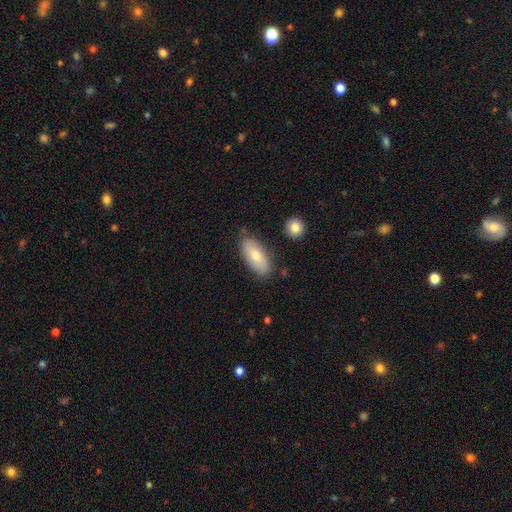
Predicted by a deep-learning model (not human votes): Smooth or featured?
  - smooth: 72% *
  - featured or disk: 22%
  - star or artifact: 6%
How rounded?
  - in between: 88% *
  - cigar-shaped: 9%
  - round: 2%
Merging?
  - none: 77% *
  - minor disturbance: 17%
  - merger: 4%
  - major disturbance: 3%